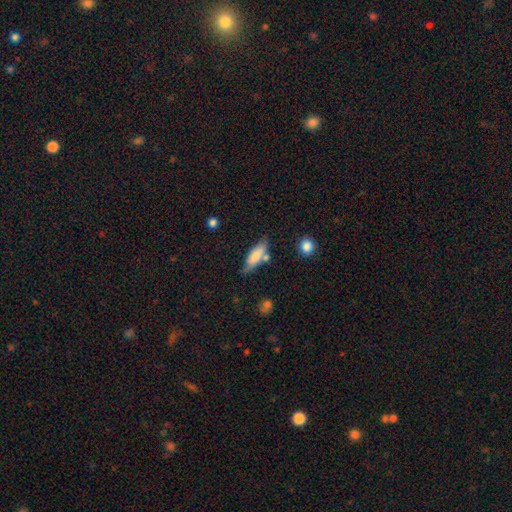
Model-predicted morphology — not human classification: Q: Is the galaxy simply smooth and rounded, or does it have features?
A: smooth — 74%.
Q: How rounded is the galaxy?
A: in between — 55%.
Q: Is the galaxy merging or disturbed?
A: none — 62%.